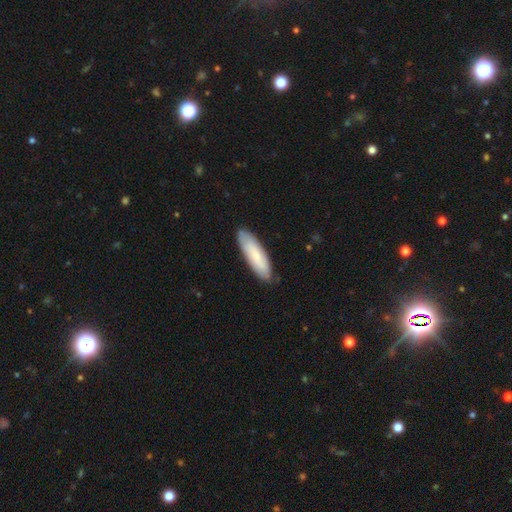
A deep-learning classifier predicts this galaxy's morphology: type=smooth (71%); roundness=cigar-shaped (56%); merging=none (83%).